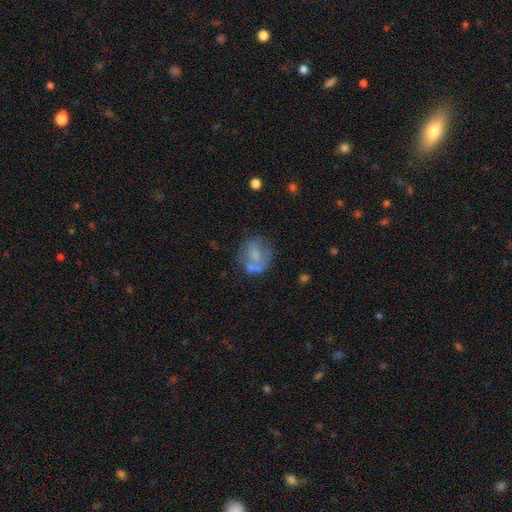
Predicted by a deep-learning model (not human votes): Smooth or featured: smooth — 48% (featured or disk — 41%)
Merging: none — 43% (minor disturbance — 21%)